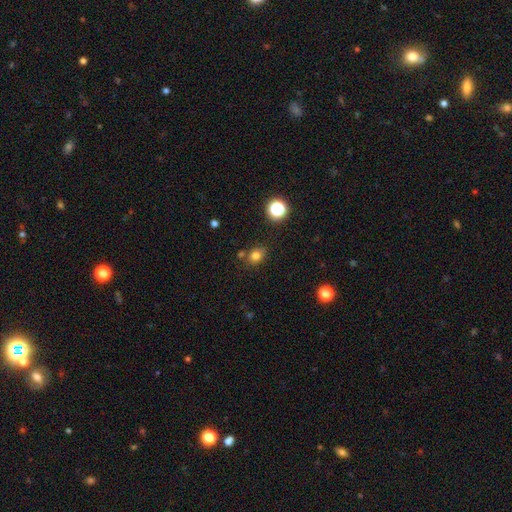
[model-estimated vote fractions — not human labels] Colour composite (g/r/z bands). It shows a smooth galaxy with no disk features (77%) that is in between round and cigar-shaped (51%). Merging: none (74%).